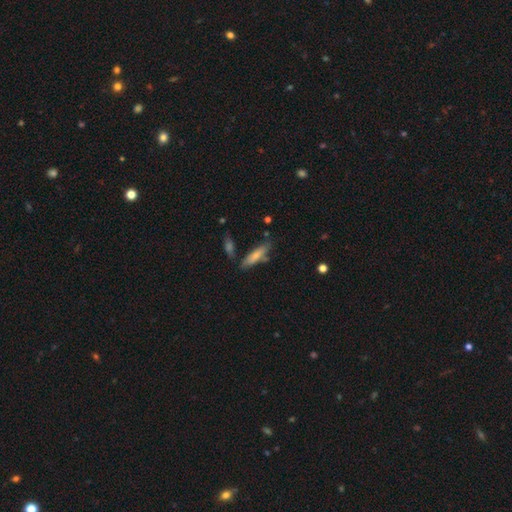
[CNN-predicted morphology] Smooth or featured? Predicted: smooth (p=0.70). How rounded? Predicted: cigar-shaped (p=0.69). Merging? Predicted: none (p=0.70).